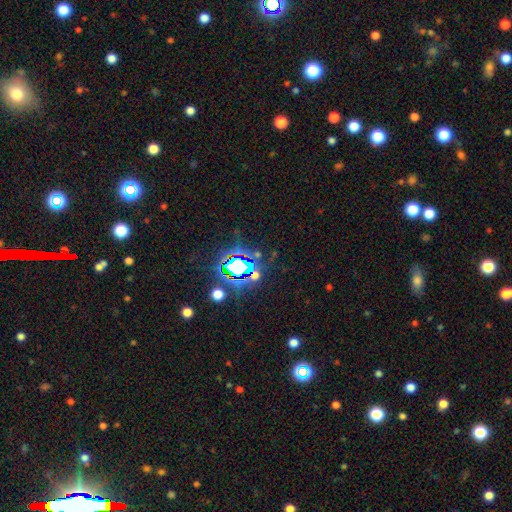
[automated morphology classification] This appears to be a star or artifact, not a galaxy (77%).